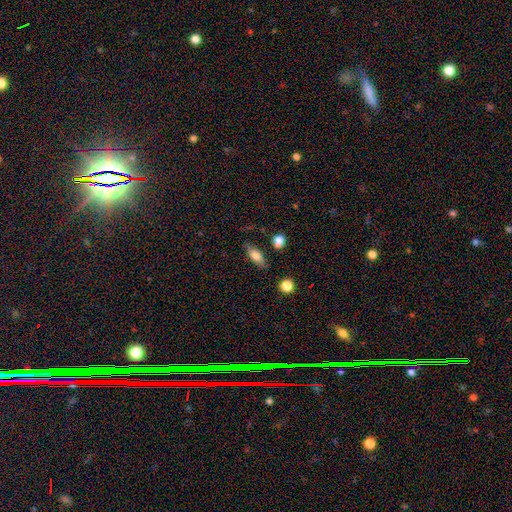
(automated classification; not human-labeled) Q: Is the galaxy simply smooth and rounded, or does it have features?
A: smooth — 71%.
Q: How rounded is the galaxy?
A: in between — 74%.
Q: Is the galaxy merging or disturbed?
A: none — 77%.